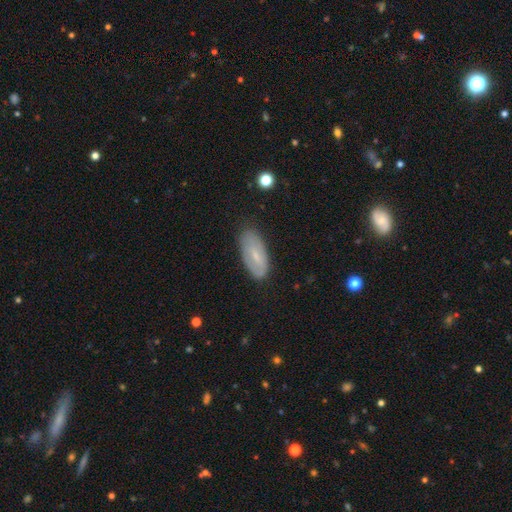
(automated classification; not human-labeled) Smooth or featured? Predicted: smooth (p=0.52). How rounded? Predicted: in between (p=0.87). Merging? Predicted: none (p=0.75).